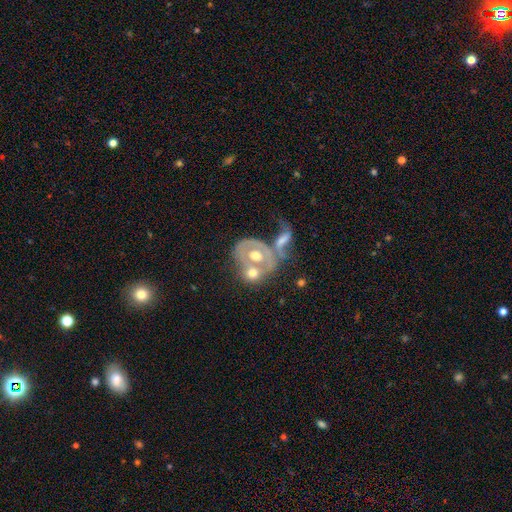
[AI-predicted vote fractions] Morphology: type=featured or disk (64%); edge-on=no (96%); bar=no (79%); spiral arms=no (62%); bulge=moderate (73%); merging=merger (54%).